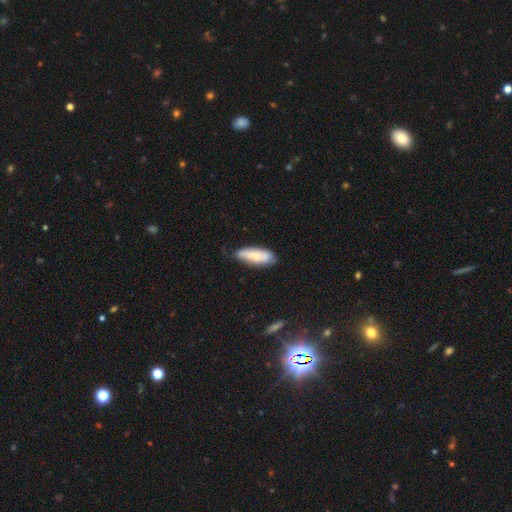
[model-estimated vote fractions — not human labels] smooth-or-featured: smooth: 67% | featured or disk: 27% | star or artifact: 6%
  how-rounded: in between: 67% | cigar-shaped: 31% | round: 2%
  merging: none: 61% | minor disturbance: 30% | major disturbance: 6% | merger: 3%